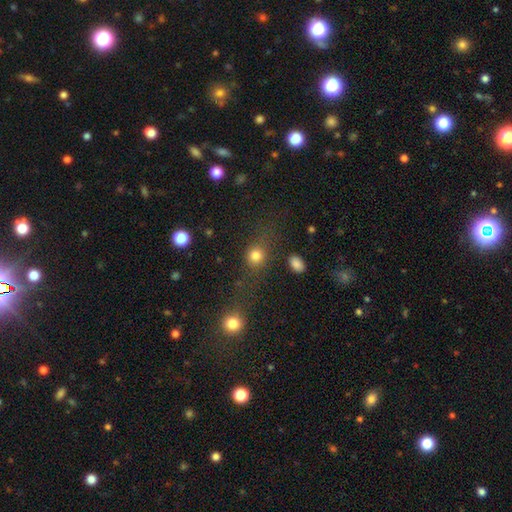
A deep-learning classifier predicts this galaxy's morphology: Smooth or featured: smooth — 80% (star or artifact — 12%)
How rounded: round — 75% (in between — 22%)
Merging: none — 64% (minor disturbance — 14%)